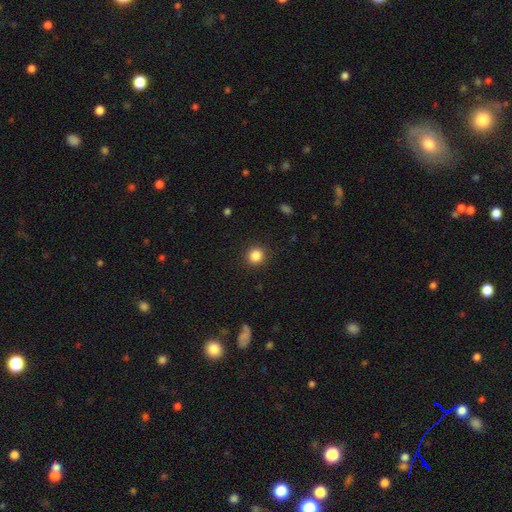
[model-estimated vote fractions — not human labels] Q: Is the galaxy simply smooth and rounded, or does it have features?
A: smooth — 85%.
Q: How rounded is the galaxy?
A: round — 91%.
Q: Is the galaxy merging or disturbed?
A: none — 91%.